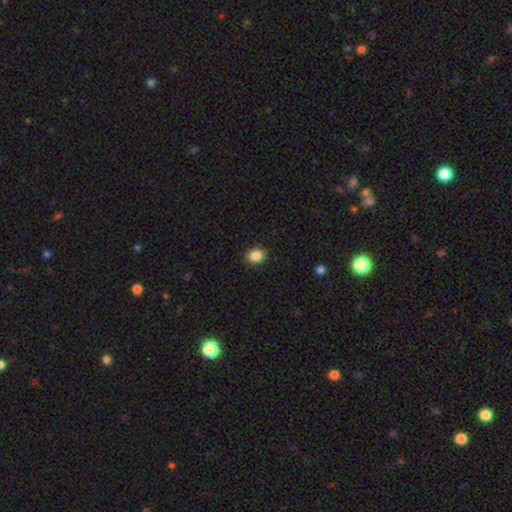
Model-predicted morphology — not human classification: Smooth or featured? smooth (87%)
How rounded? round (60%)
Merging? none (89%)